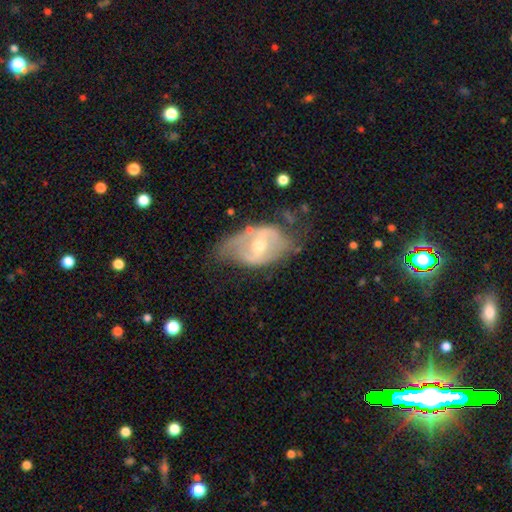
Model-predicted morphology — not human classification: A featured or disk galaxy (73%) with a weak bar (40%), spiral arms (61%) and a moderate central bulge (57%). Merging: none (53%).